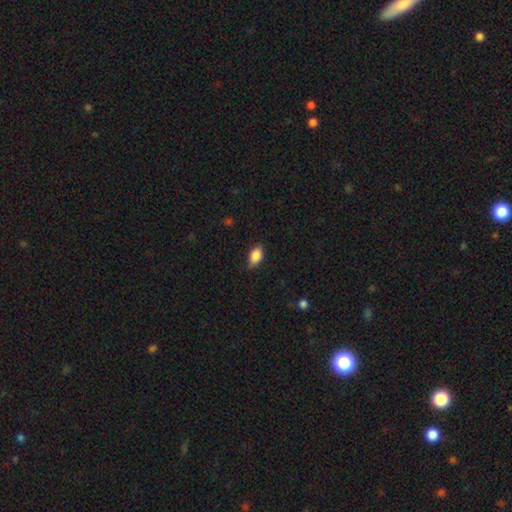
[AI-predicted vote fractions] Q: Smooth or featured?
A: smooth (87%); runner-up: star or artifact (8%)
Q: How rounded?
A: in between (90%); runner-up: round (7%)
Q: Merging?
A: none (79%); runner-up: minor disturbance (17%)